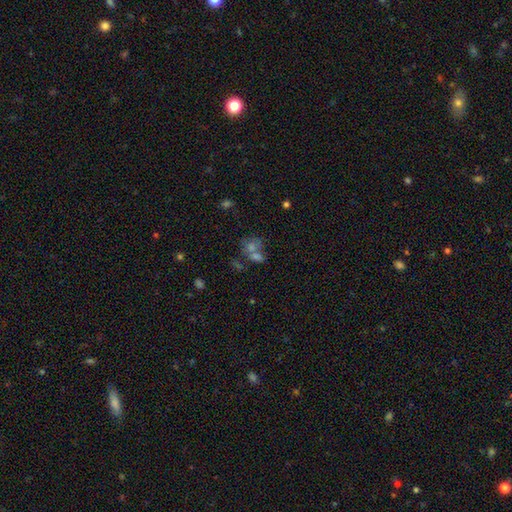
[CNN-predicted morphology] This is possibly a smooth galaxy (54%). How rounded: possibly in between (53%). Merging: possibly merger (48%).